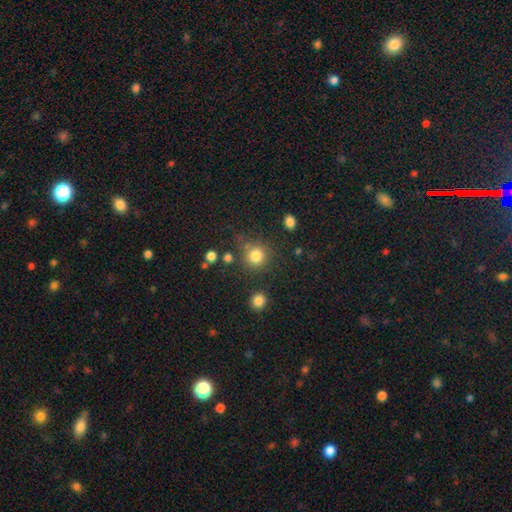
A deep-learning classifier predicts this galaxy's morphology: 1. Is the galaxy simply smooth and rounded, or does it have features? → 81% smooth, 13% star or artifact, 6% featured or disk.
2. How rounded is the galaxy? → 90% round, 9% in between, 1% cigar-shaped.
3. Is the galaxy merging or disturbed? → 74% none, 12% minor disturbance, 8% merger, 6% major disturbance.